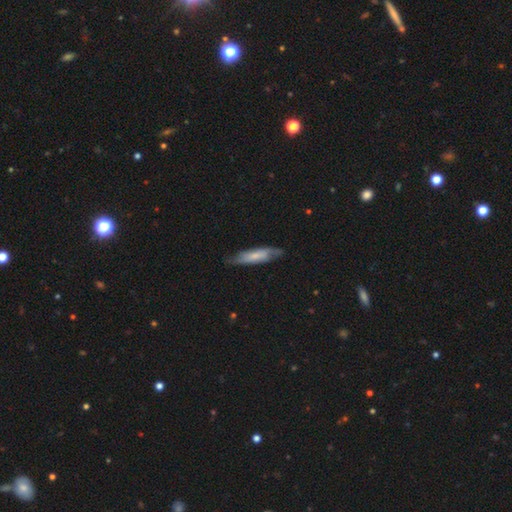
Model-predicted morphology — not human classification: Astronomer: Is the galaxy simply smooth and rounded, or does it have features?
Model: smooth — 58% (runner-up: featured or disk, 36%).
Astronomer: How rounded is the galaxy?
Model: cigar-shaped — 73%.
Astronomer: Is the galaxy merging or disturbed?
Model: none — 74%.